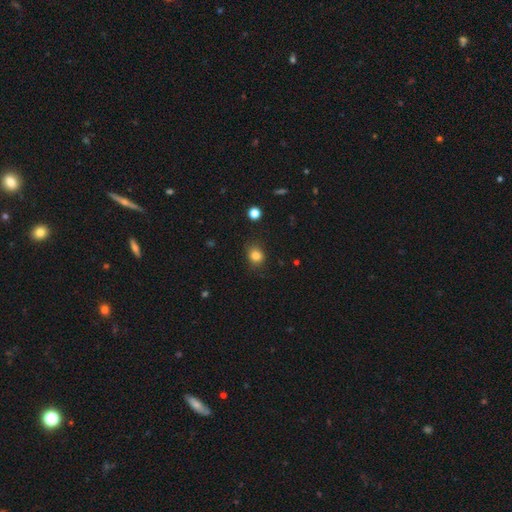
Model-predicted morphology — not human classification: Smooth or featured? Predicted: smooth (p=0.83). How rounded? Predicted: round (p=0.68). Merging? Predicted: none (p=0.79).